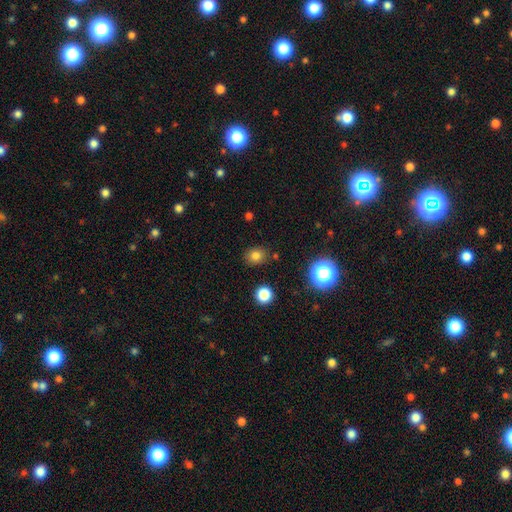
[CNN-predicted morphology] type=smooth (77%); roundness=round (60%); merging=none (83%).